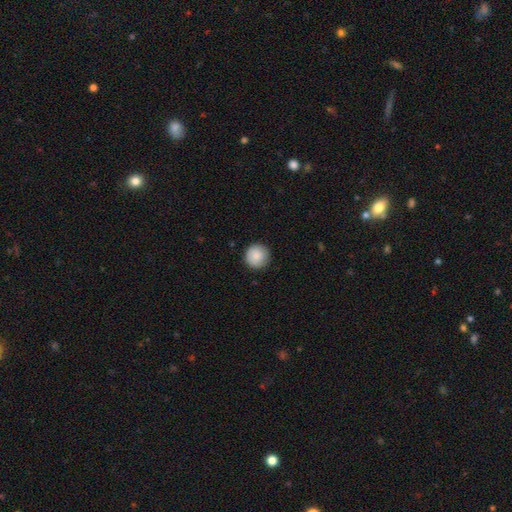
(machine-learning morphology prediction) This is clearly a smooth galaxy (88%). How rounded: clearly round (95%). Merging: clearly none (90%).